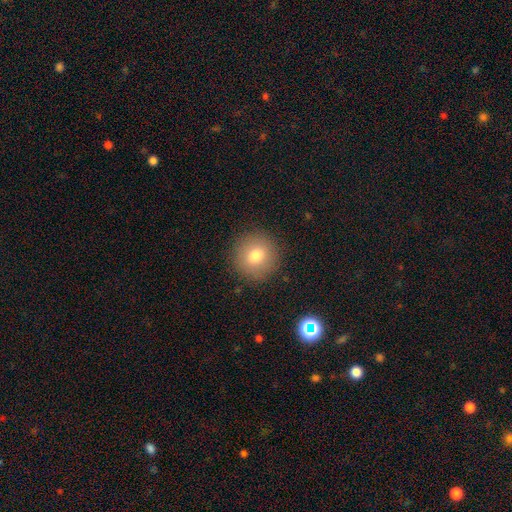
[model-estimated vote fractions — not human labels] smooth-or-featured: smooth: 76% | featured or disk: 13% | star or artifact: 10%
  how-rounded: round: 93% | in between: 7% | cigar-shaped: 1%
  merging: none: 89% | minor disturbance: 7% | major disturbance: 3% | merger: 1%